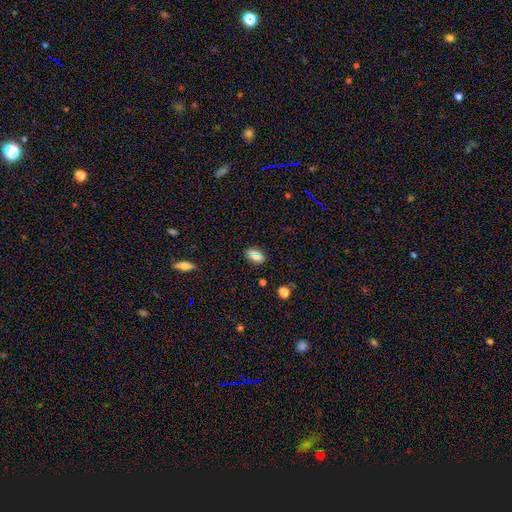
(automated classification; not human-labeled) smooth_or_featured: smooth (p=0.71) [alt: star or artifact p=0.19]
how_rounded: in between (p=0.81) [alt: round p=0.14]
merging: none (p=0.83) [alt: minor disturbance p=0.11]